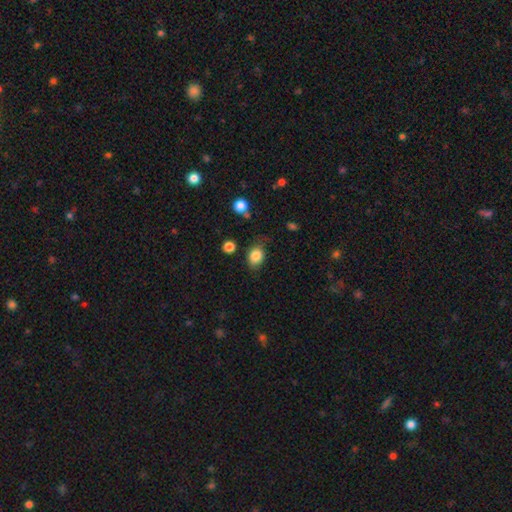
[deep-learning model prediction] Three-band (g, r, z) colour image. It shows a smooth galaxy with no disk features (84%) that is in between round and cigar-shaped (60%). Merging: none (69%).